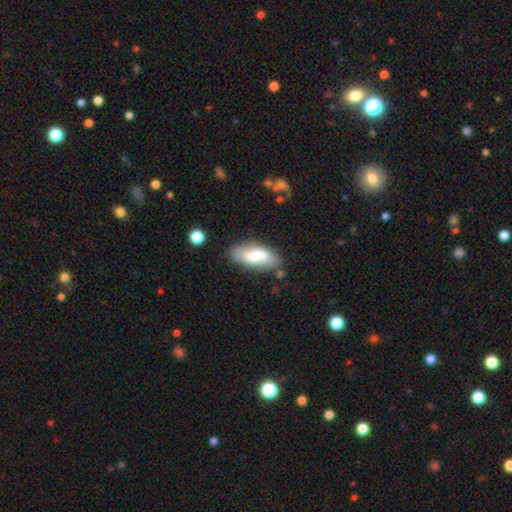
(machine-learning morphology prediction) A smooth galaxy with no disk features (71%) that is in between round and cigar-shaped (80%).

Vote fractions:
- Smooth or featured? smooth: 71% / featured or disk: 22% / star or artifact: 7%
- How rounded? in between: 80% / cigar-shaped: 18% / round: 2%
- Merging? none: 70% / minor disturbance: 19% / major disturbance: 5% / merger: 5%